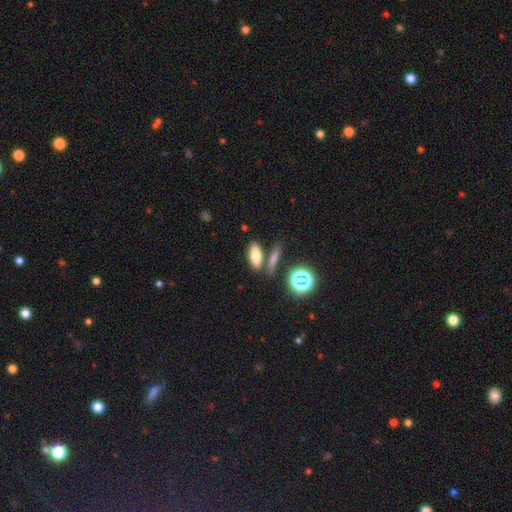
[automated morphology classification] This appears to be a smooth galaxy with no disk features (74%) that is in between round and cigar-shaped (73%). Merging: none (70%).